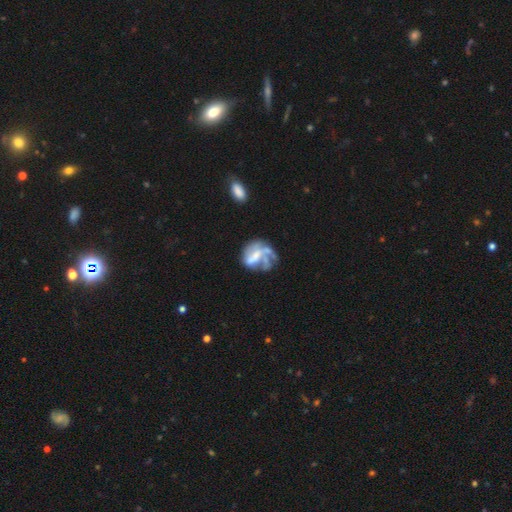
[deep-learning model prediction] smooth_or_featured: featured or disk (p=0.64) [alt: smooth p=0.27]
disk_edge_on: no (p=0.97) [alt: yes p=0.03]
bar: no (p=0.48) [alt: weak p=0.32]
has_spiral_arms: yes (p=0.50) [tied with: no p=0.50]
bulge_size: none (p=0.37) [alt: moderate p=0.30]
merging: none (p=0.34) [tied with: major disturbance p=0.34]